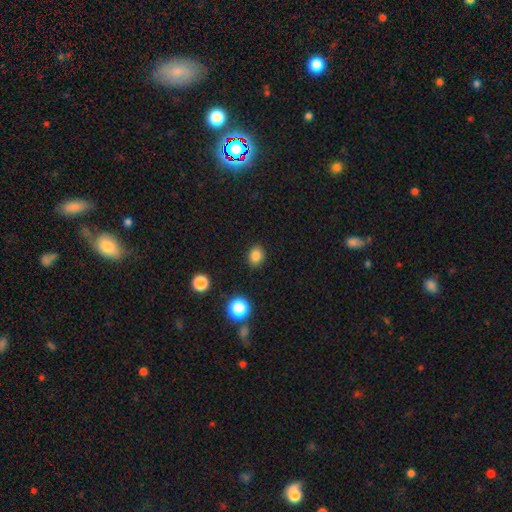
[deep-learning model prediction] A smooth galaxy with no disk features (83%) that is round (54%). Merging: none (88%).